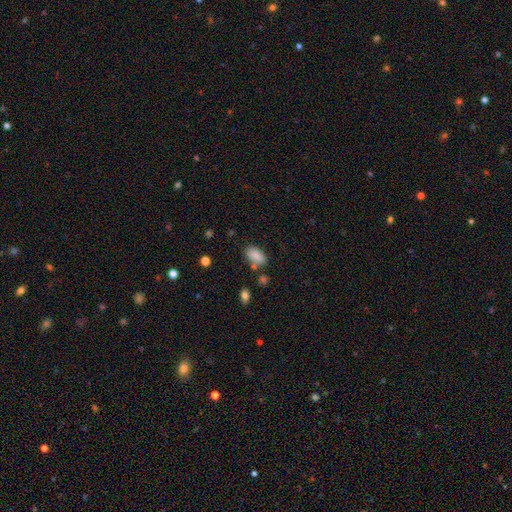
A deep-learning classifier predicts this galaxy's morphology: smooth-or-featured: smooth: 86% | star or artifact: 8% | featured or disk: 6%
  how-rounded: in between: 92% | round: 5% | cigar-shaped: 2%
  merging: none: 71% | minor disturbance: 15% | merger: 9% | major disturbance: 4%